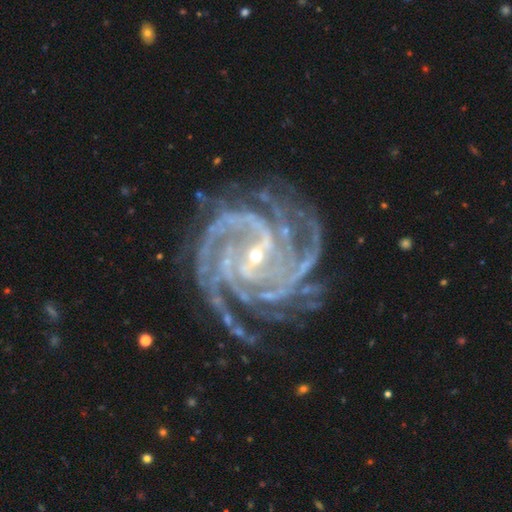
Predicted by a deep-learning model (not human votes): smooth-or-featured: featured or disk: 93% | star or artifact: 5% | smooth: 2%
  disk-edge-on: no: 98% | yes: 2%
    bar: weak: 40% | strong: 38% | no: 22%
    has-spiral-arms: yes: 99% | no: 1%
      spiral-winding: tight: 67% | medium: 30% | loose: 4%
      spiral-arm-count: 4: 30% | 3: 18% | more than 4: 18% | 2: 13% | can't tell: 12% | 1: 8%
    bulge-size: small: 78% | moderate: 18% | none: 1% | large: 1% | dominant: 1%
  merging: none: 75% | minor disturbance: 16% | major disturbance: 8% | merger: 2%